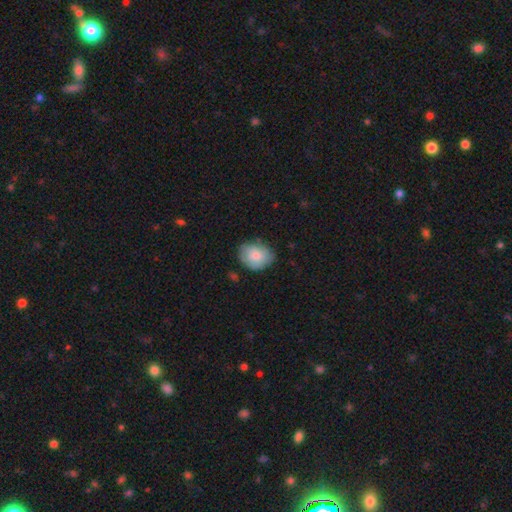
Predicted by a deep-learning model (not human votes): Overall: smooth (77%). How rounded: in between (55%; round 44%). Merging: none (71%).